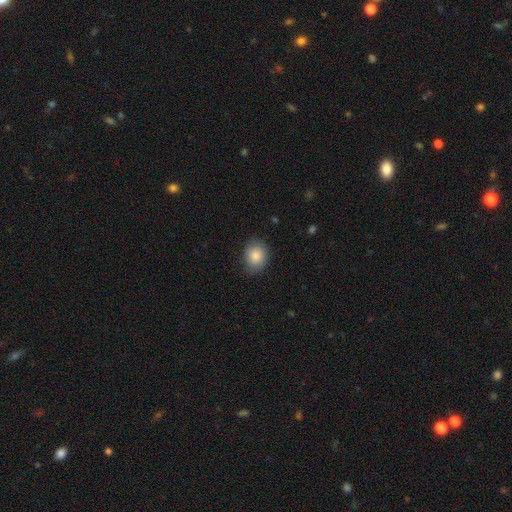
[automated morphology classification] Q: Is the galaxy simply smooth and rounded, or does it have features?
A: smooth — 85%.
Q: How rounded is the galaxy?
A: round — 51%.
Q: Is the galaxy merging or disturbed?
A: none — 82%.